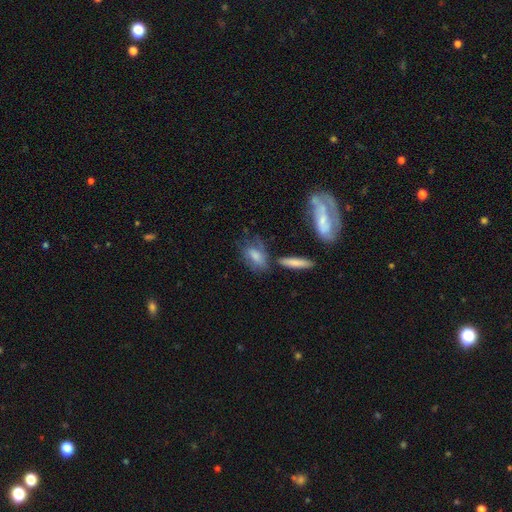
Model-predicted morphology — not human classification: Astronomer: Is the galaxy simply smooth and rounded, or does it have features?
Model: smooth — 65%.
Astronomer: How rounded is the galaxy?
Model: in between — 78%.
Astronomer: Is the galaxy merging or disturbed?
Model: none — 48% (runner-up: minor disturbance, 24%).